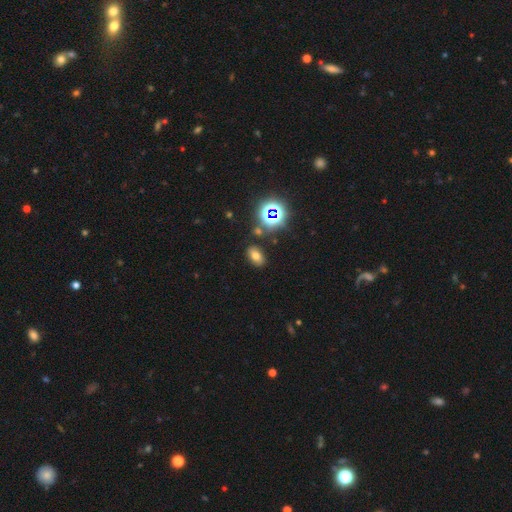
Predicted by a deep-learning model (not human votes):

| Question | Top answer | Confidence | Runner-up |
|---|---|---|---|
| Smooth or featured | smooth | 63% | star or artifact (25%) |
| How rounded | in between | 85% | round (13%) |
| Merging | none | 84% | minor disturbance (9%) |